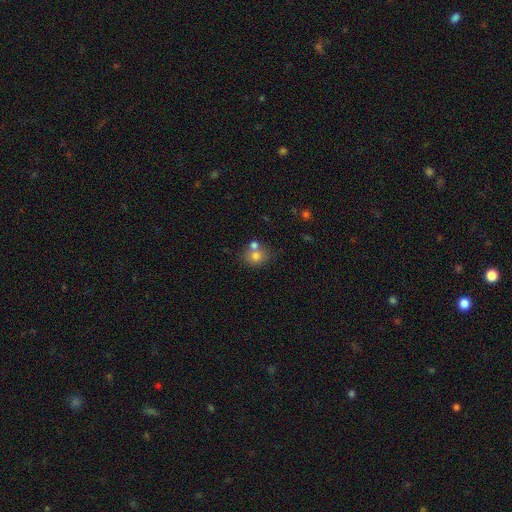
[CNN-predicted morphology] Smooth or featured? smooth (74%)
How rounded? round (67%)
Merging? none (49%)